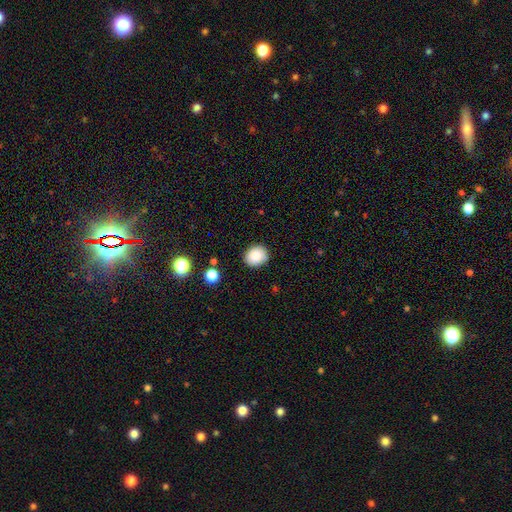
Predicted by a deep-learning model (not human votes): This appears to be a smooth galaxy with no disk features (84%) that is round (70%). Merging: none (83%).